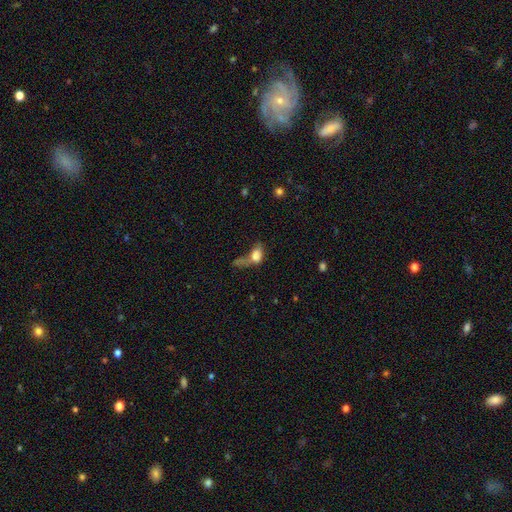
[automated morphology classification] Q: Smooth or featured?
A: smooth (69%); runner-up: featured or disk (20%)
Q: How rounded?
A: in between (78%); runner-up: round (17%)
Q: Merging?
A: major disturbance (43%); runner-up: merger (28%)